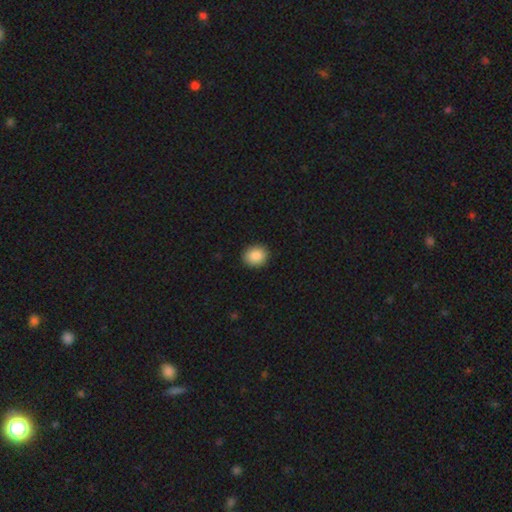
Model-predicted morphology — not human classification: This is clearly a smooth galaxy (87%). How rounded: likely round (65%). Merging: clearly none (91%).